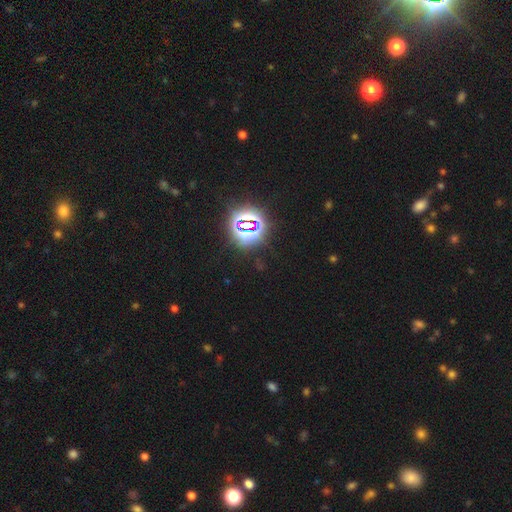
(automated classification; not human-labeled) The model was most divided on "smooth or featured": star or artifact: 83%, smooth: 11%, featured or disk: 7%.